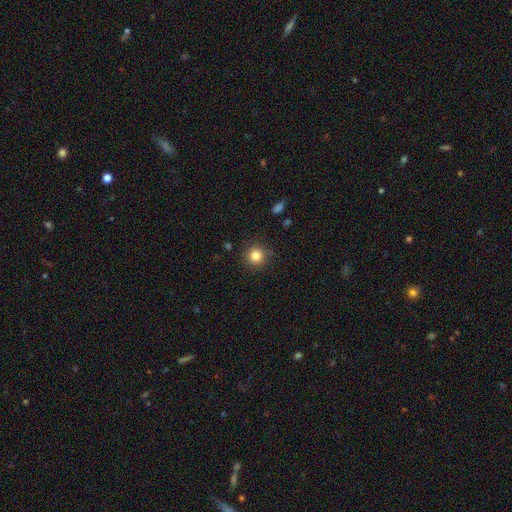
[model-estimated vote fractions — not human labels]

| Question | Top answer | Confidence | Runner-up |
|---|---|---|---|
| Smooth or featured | smooth | 83% | star or artifact (11%) |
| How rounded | round | 94% | in between (5%) |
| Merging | none | 89% | minor disturbance (7%) |